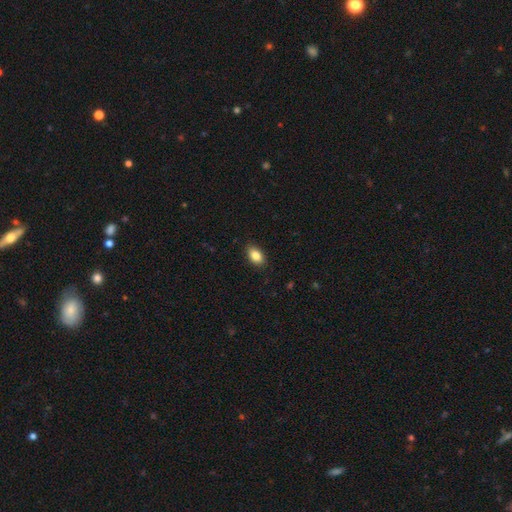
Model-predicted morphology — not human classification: smooth 84%, featured or disk 8%, star or artifact 8%. Down the decision tree: how rounded — in between (90%); merging — none (88%).